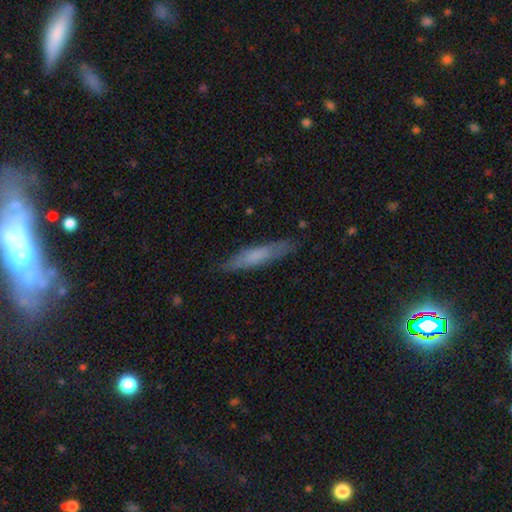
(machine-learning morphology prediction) A smooth galaxy with no disk features (63%) that is cigar-shaped (87%). Merging: none (84%).